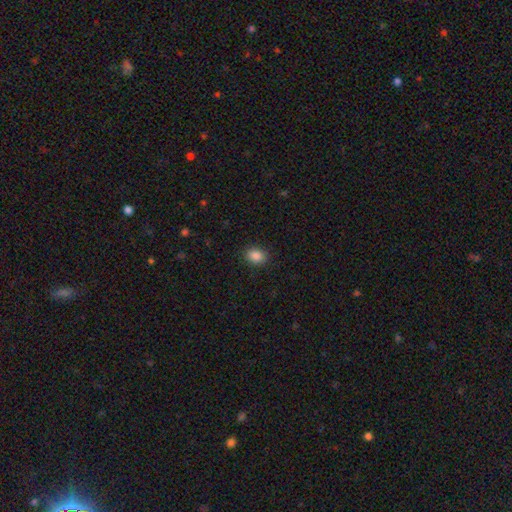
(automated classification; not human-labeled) This appears to be a smooth galaxy with no disk features (87%) that is in between round and cigar-shaped (62%). Merging: none (88%).